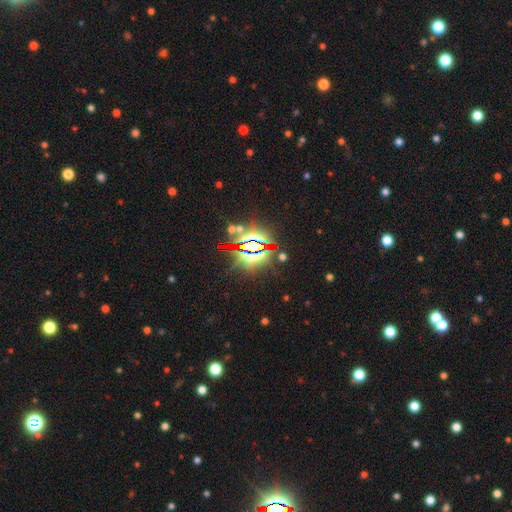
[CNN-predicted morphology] Overall: star or artifact (80%).